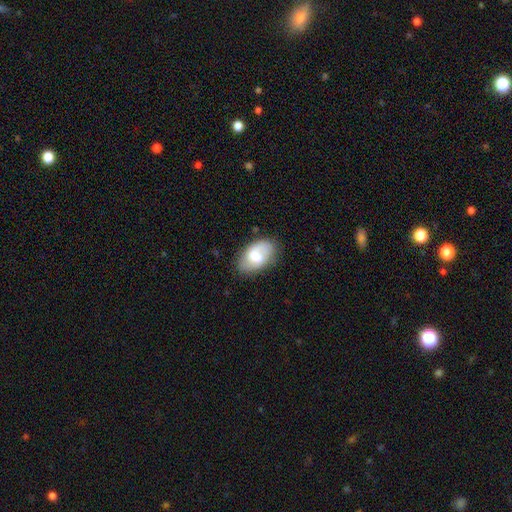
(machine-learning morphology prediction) This is possibly a smooth galaxy (57%). How rounded: clearly in between (93%). Merging: likely none (73%).